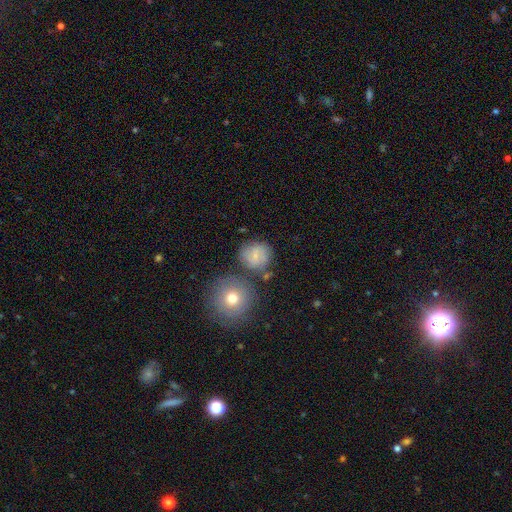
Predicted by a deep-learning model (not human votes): smooth_or_featured: smooth (p=0.65) [alt: featured or disk p=0.25]
how_rounded: round (p=0.86) [alt: in between p=0.13]
merging: none (p=0.67) [alt: minor disturbance p=0.16]